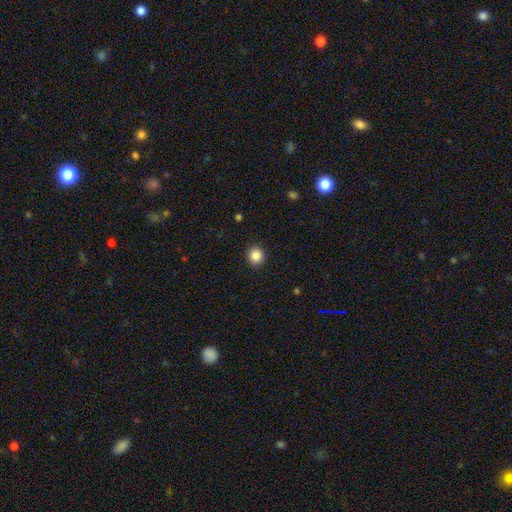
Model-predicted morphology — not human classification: This appears to be a smooth galaxy with no disk features (86%) that is round (86%). Merging: none (91%).